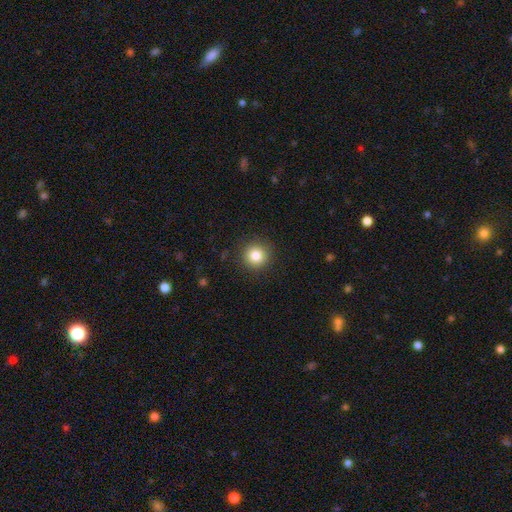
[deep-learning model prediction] smooth_or_featured: smooth (p=0.84) [alt: star or artifact p=0.11]
how_rounded: round (p=0.94) [alt: in between p=0.05]
merging: none (p=0.90) [alt: minor disturbance p=0.07]